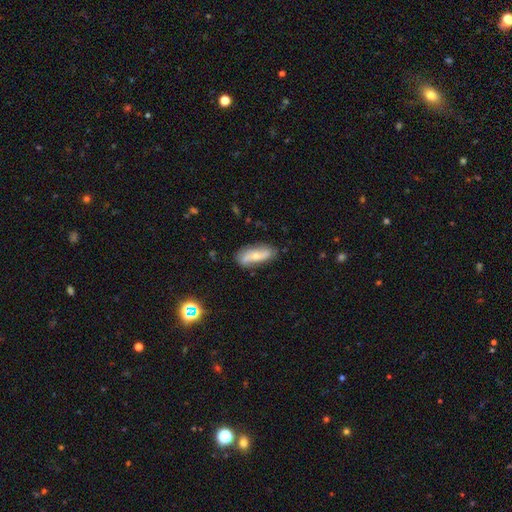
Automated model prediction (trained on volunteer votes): smooth-or-featured: featured or disk: 52% | smooth: 41% | star or artifact: 7%
  disk-edge-on: no: 83% | yes: 17%
  merging: none: 72% | minor disturbance: 20% | major disturbance: 5% | merger: 3%